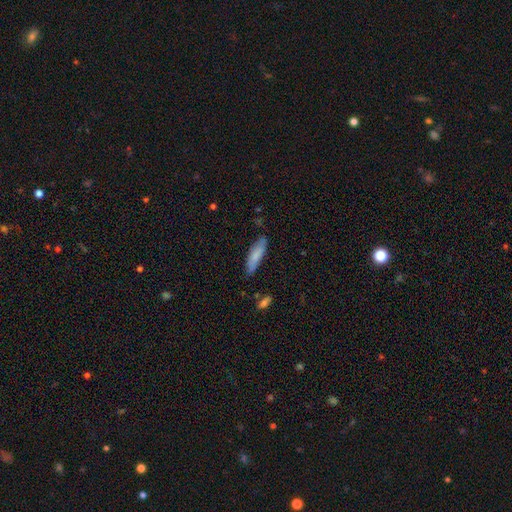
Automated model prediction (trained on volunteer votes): The model was most divided on "how rounded": cigar-shaped: 63%, in between: 36%, round: 1%. More confident: smooth or featured — smooth (78%); merging — none (74%).